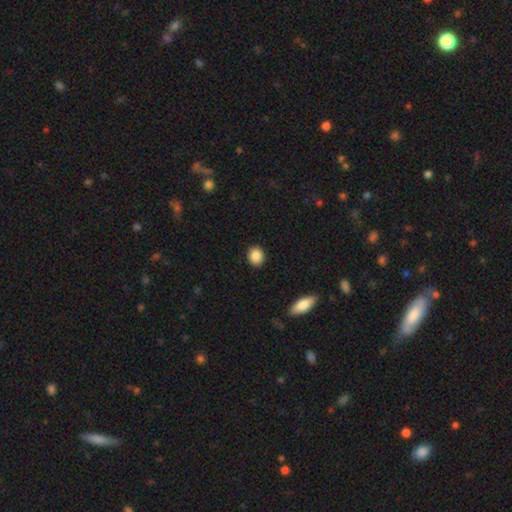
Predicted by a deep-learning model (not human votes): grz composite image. It shows a smooth galaxy with no disk features (87%) that is round (72%). Merging: none (91%).